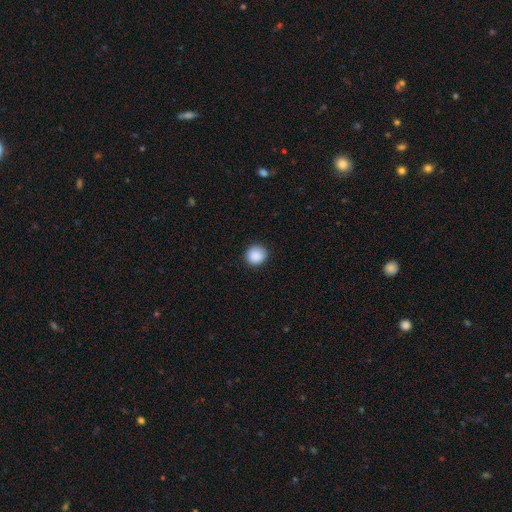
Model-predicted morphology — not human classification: smooth_or_featured: smooth (p=0.89) [alt: star or artifact p=0.08]
how_rounded: round (p=0.90) [alt: in between p=0.09]
merging: none (p=0.91) [alt: minor disturbance p=0.06]